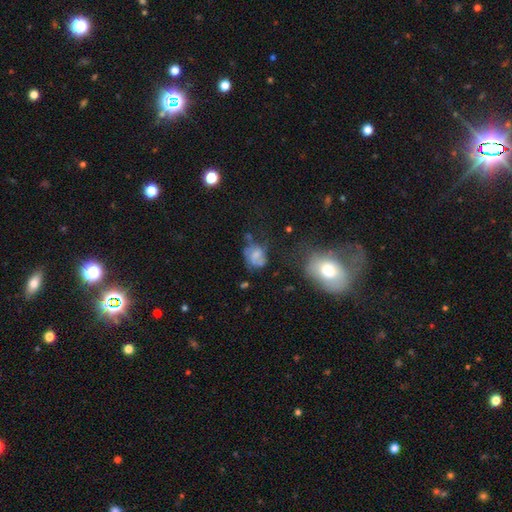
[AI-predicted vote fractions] smooth_or_featured: smooth (p=0.50) [alt: featured or disk p=0.37]
merging: none (p=0.38) [alt: minor disturbance p=0.27]